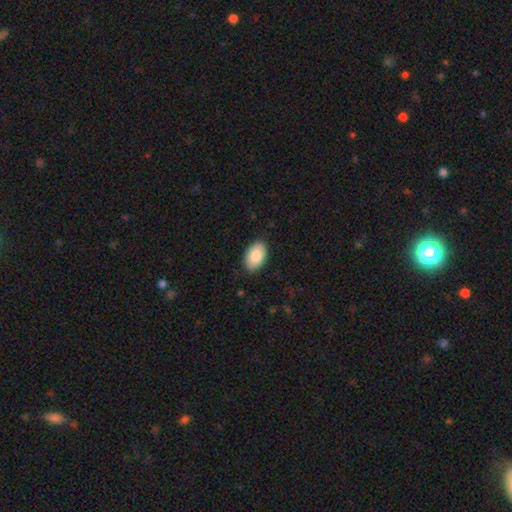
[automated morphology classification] smooth 88%, featured or disk 6%, star or artifact 6%. Down the decision tree: how rounded — in between (94%); merging — none (88%).